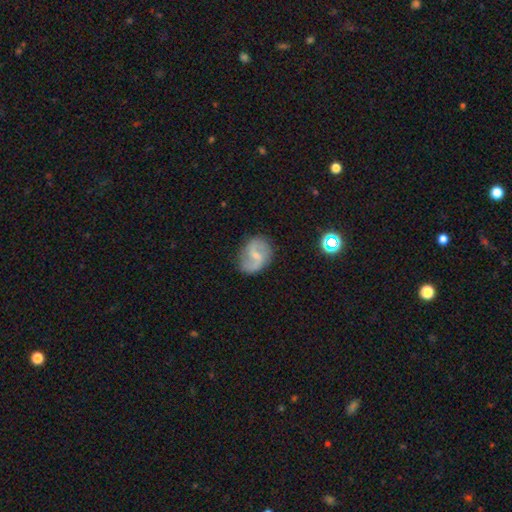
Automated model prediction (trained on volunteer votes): Smooth or featured?
  - featured or disk: 75% *
  - smooth: 18%
  - star or artifact: 7%
Edge-on disk?
  - no: 98% *
  - yes: 2%
Bar?
  - weak: 57% *
  - no: 23%
  - strong: 20%
Spiral arms?
  - yes: 92% *
  - no: 8%
Spiral winding?
  - loose: 55% *
  - medium: 35%
  - tight: 10%
Spiral arm count?
  - 2: 88% *
  - can't tell: 5%
  - 1: 4%
  - 3: 1%
  - 4: 1%
  - more than 4: 1%
Bulge size?
  - small: 58% *
  - moderate: 24%
  - none: 16%
  - large: 1%
  - dominant: 1%
Merging?
  - none: 76% *
  - minor disturbance: 17%
  - major disturbance: 6%
  - merger: 2%